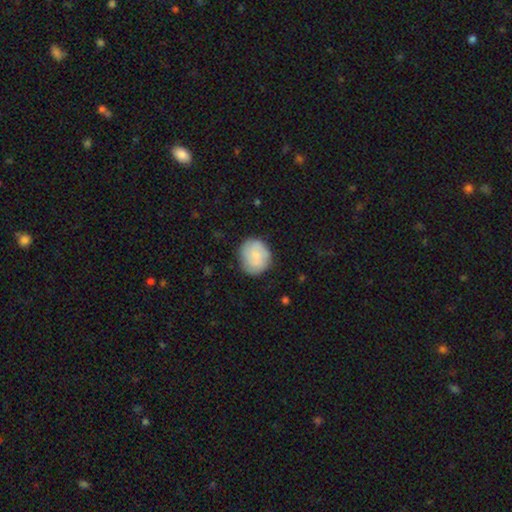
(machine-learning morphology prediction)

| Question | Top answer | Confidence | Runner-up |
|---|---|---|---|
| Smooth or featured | smooth | 72% | featured or disk (21%) |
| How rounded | round | 77% | in between (22%) |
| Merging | none | 79% | minor disturbance (16%) |